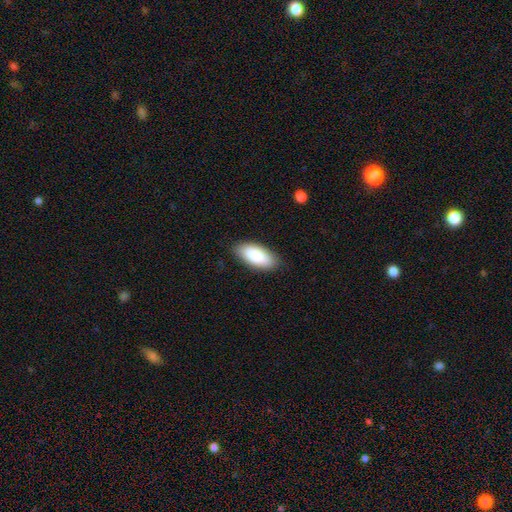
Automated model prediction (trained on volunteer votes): A smooth galaxy with no disk features (87%) that is in between round and cigar-shaped (91%).

Vote fractions:
- Smooth or featured? smooth: 87% / featured or disk: 7% / star or artifact: 6%
- How rounded? in between: 91% / cigar-shaped: 8% / round: 2%
- Merging? none: 87% / minor disturbance: 10% / major disturbance: 2% / merger: 1%